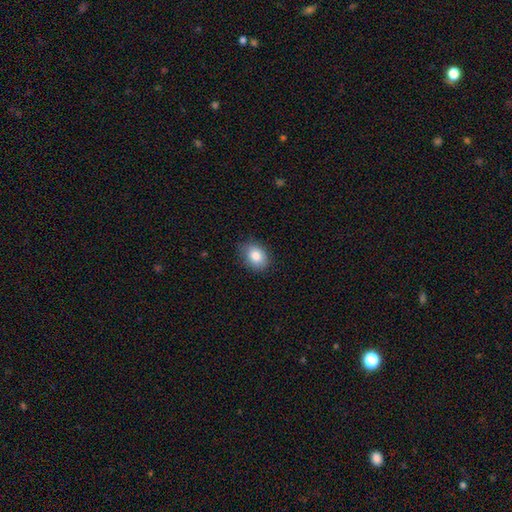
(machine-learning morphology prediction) Smooth or featured: smooth — 84% (star or artifact — 8%)
How rounded: in between — 65% (round — 34%)
Merging: none — 82% (minor disturbance — 14%)